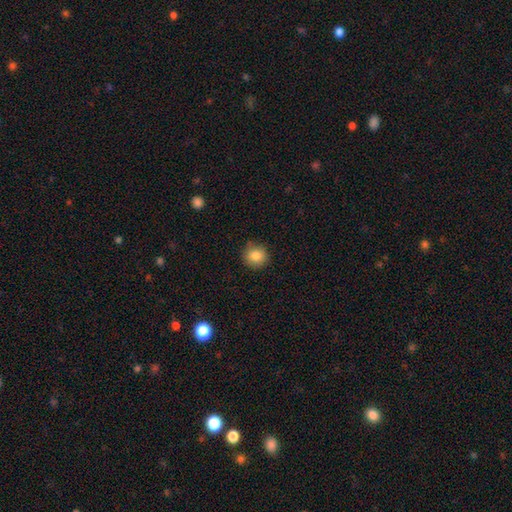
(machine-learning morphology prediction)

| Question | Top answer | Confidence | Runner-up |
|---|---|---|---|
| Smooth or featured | smooth | 85% | star or artifact (9%) |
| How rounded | round | 91% | in between (8%) |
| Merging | none | 86% | minor disturbance (10%) |